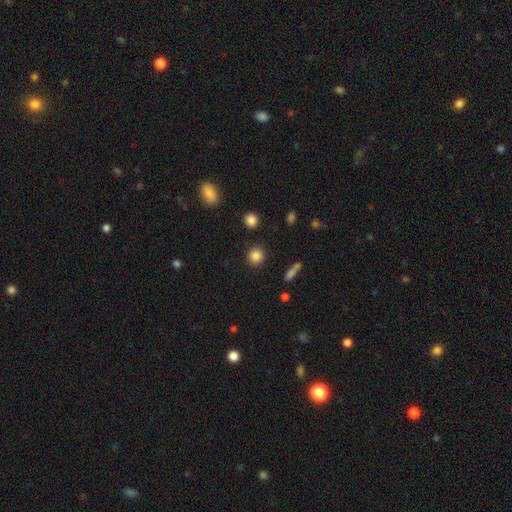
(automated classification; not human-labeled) Smooth or featured: smooth — 85% (star or artifact — 10%)
How rounded: round — 90% (in between — 9%)
Merging: none — 89% (minor disturbance — 6%)